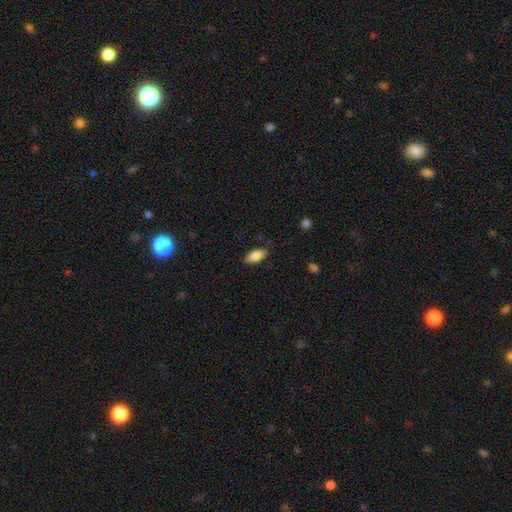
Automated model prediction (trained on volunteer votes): Smooth or featured? Predicted: smooth (p=0.84). How rounded? Predicted: in between (p=0.89). Merging? Predicted: none (p=0.82).